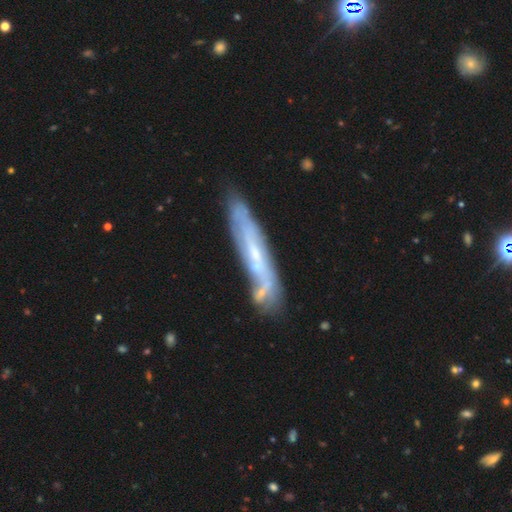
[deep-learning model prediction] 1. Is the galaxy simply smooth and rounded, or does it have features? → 71% featured or disk, 22% smooth, 7% star or artifact.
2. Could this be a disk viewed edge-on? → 52% no, 48% yes.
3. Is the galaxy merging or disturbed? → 65% none, 18% minor disturbance, 11% merger, 6% major disturbance.